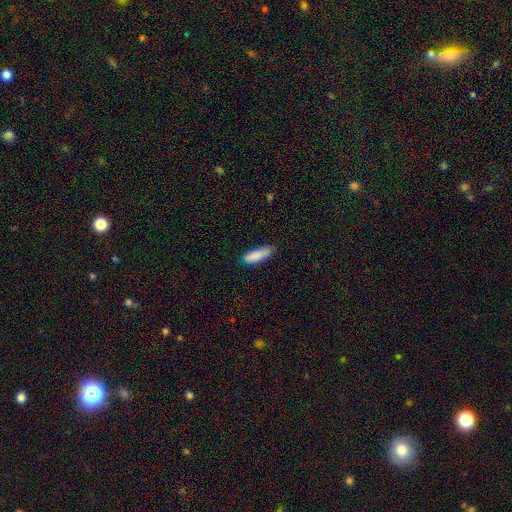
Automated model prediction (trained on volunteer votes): This appears to be a smooth galaxy with no disk features (87%) that is cigar-shaped (50%). Merging: none (70%).